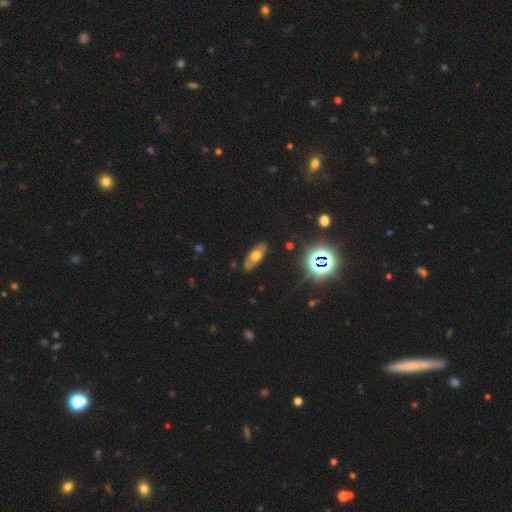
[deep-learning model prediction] Overall: smooth (48%; featured or disk 36%). Merging: none (80%).